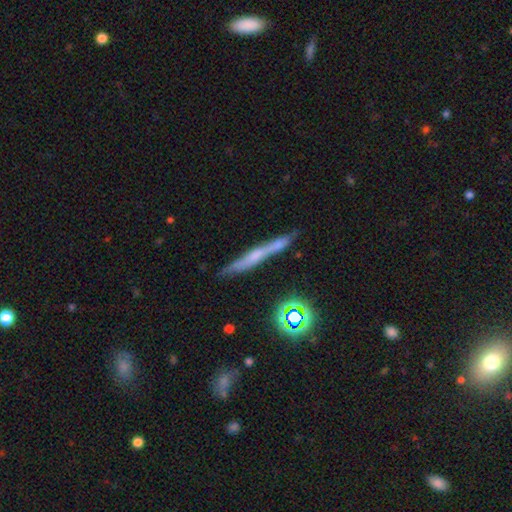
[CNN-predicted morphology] smooth_or_featured: featured or disk (p=0.48) [alt: smooth p=0.38]
merging: none (p=0.75) [alt: minor disturbance p=0.15]